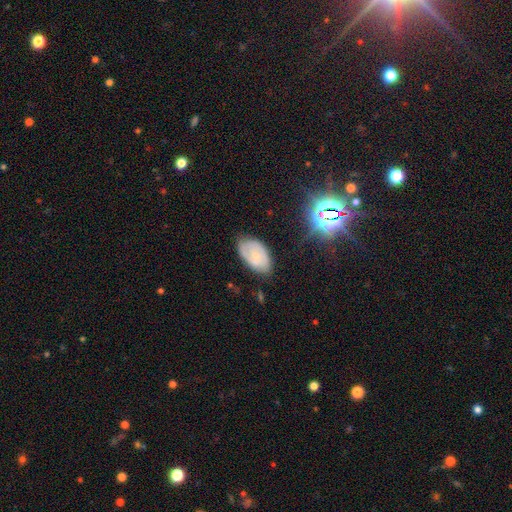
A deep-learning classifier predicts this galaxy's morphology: The model was most divided on "smooth or featured": featured or disk: 46%, smooth: 43%, star or artifact: 10%. More confident: merging — none (71%).